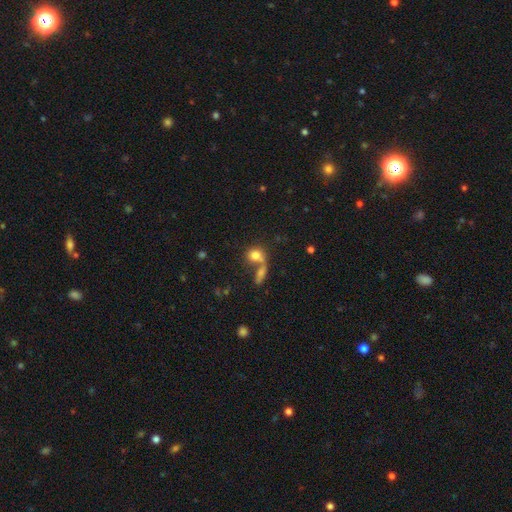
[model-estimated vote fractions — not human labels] This appears to be a smooth galaxy with no disk features (77%) that is round (67%). Merging: merger (52%).